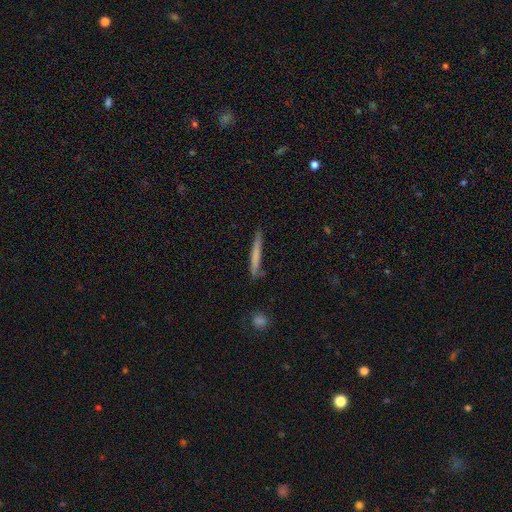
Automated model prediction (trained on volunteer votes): Smooth or featured? smooth (66%)
How rounded? cigar-shaped (96%)
Merging? none (83%)